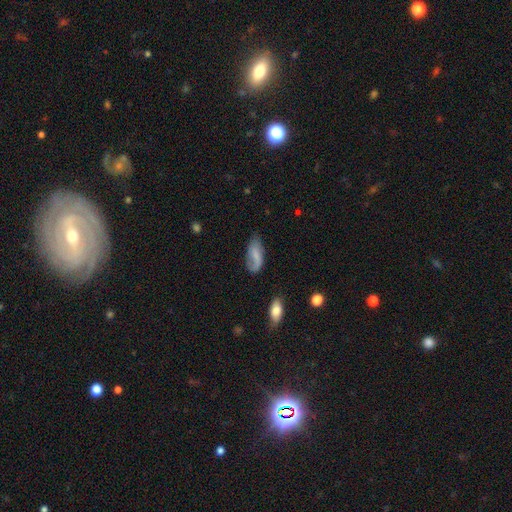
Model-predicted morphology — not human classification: A smooth galaxy with no disk features (60%) that is in between round and cigar-shaped (88%). Merging: none (55%).